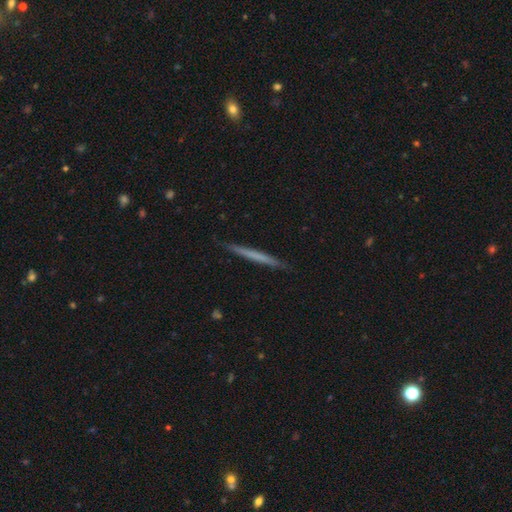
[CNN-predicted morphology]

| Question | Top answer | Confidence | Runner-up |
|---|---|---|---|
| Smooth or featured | smooth | 55% | featured or disk (39%) |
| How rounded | cigar-shaped | 97% | in between (2%) |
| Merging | none | 90% | minor disturbance (8%) |